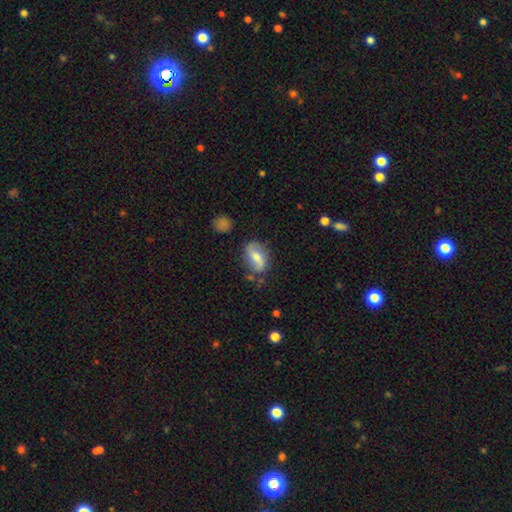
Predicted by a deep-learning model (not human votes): Morphology: type=smooth (50%); roundness=in between (85%); merging=none (67%).